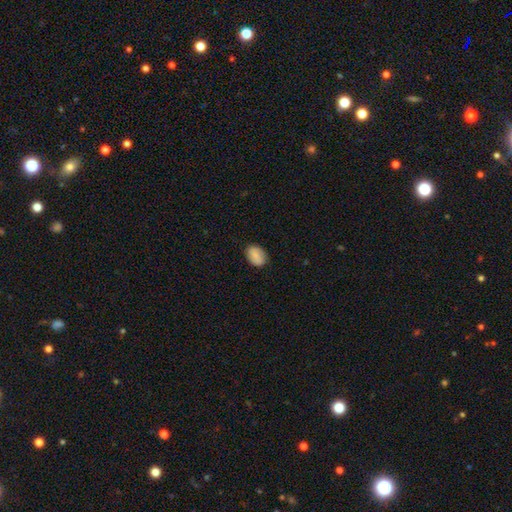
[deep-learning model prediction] smooth_or_featured: smooth (p=0.76) [alt: featured or disk p=0.17]
how_rounded: in between (p=0.79) [alt: round p=0.20]
merging: none (p=0.84) [alt: minor disturbance p=0.12]